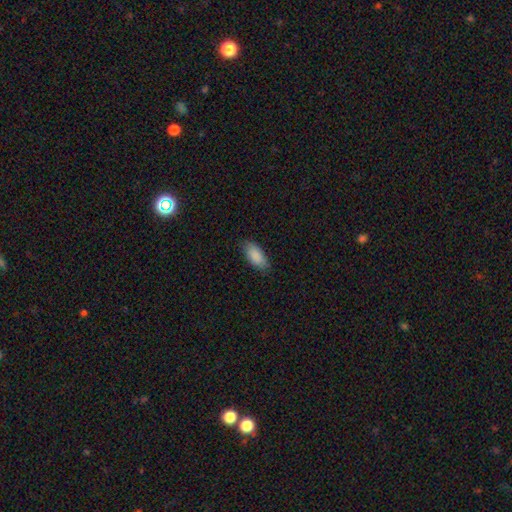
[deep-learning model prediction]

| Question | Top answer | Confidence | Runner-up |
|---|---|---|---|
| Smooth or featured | smooth | 88% | star or artifact (6%) |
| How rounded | in between | 89% | cigar-shaped (9%) |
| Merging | none | 80% | minor disturbance (16%) |